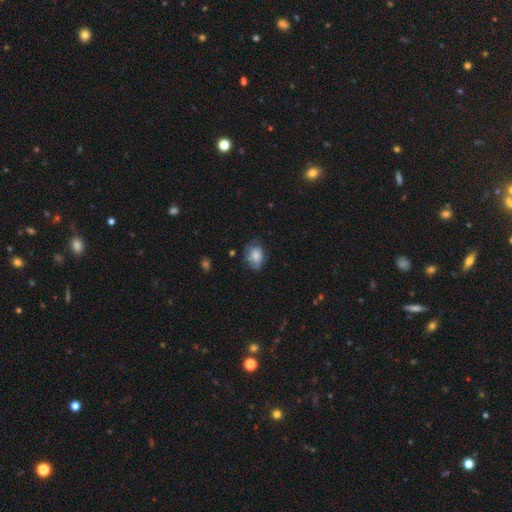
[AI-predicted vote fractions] Smooth or featured? Predicted: smooth (p=0.78). How rounded? Predicted: in between (p=0.63). Merging? Predicted: none (p=0.58).